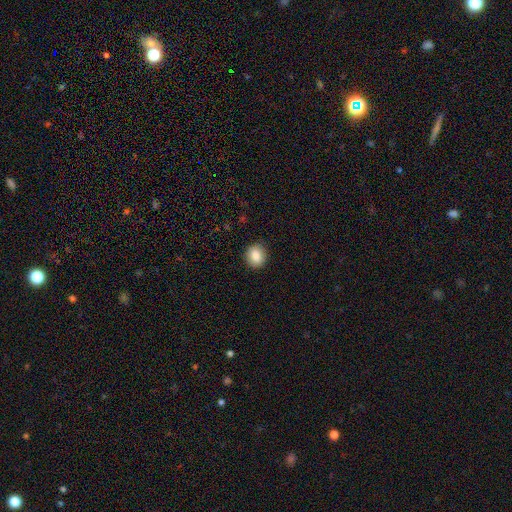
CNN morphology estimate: This is clearly a smooth galaxy (87%). How rounded: likely round (69%). Merging: clearly none (88%).